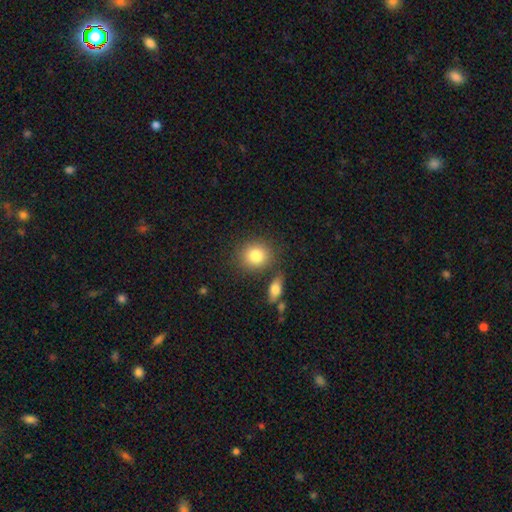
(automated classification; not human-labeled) Morphology: type=smooth (83%); roundness=round (76%); merging=none (77%).